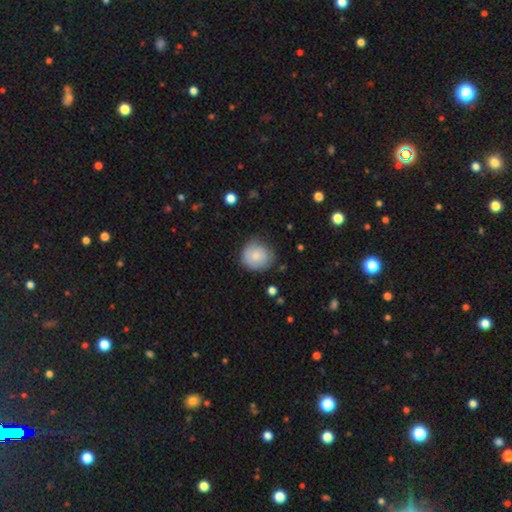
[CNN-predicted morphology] Overall: smooth (75%). How rounded: round (87%). Merging: none (70%).